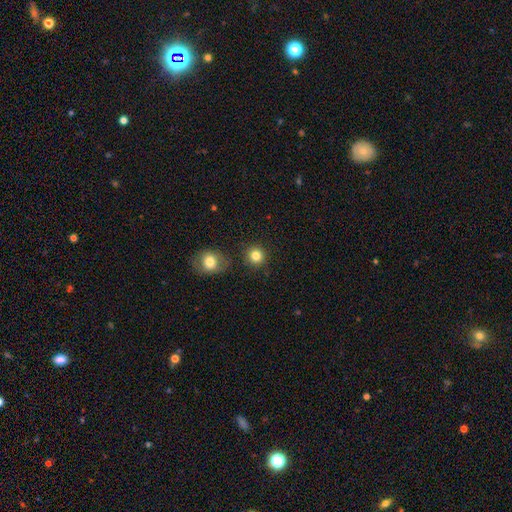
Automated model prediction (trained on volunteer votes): smooth-or-featured: smooth: 84% | star or artifact: 11% | featured or disk: 5%
  how-rounded: round: 92% | in between: 7% | cigar-shaped: 1%
  merging: none: 86% | minor disturbance: 7% | merger: 4% | major disturbance: 2%